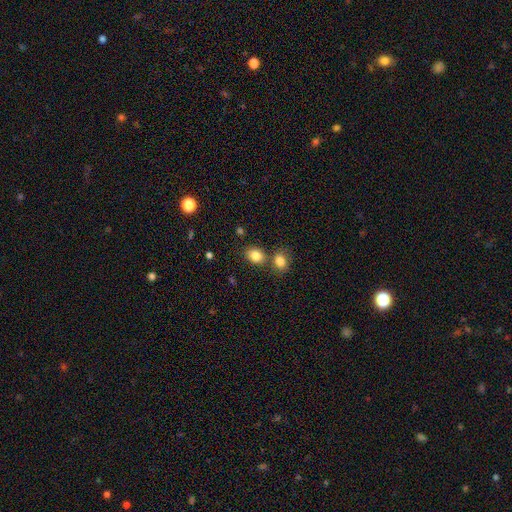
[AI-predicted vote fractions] Overall: smooth (84%). How rounded: in between (55%; round 44%). Merging: none (65%).